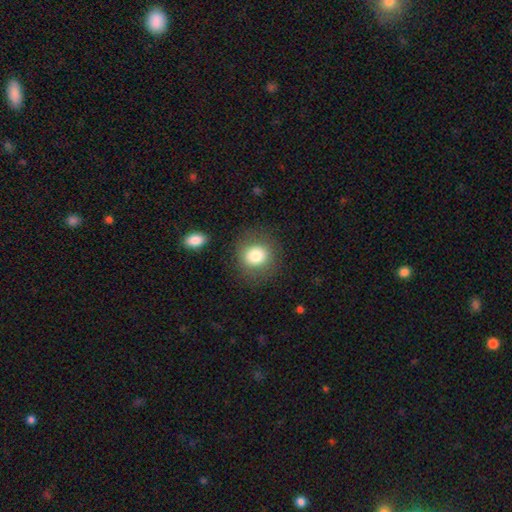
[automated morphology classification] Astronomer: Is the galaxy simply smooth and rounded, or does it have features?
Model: smooth — 80%.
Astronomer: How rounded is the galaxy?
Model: round — 82%.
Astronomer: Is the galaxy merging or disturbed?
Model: none — 83%.